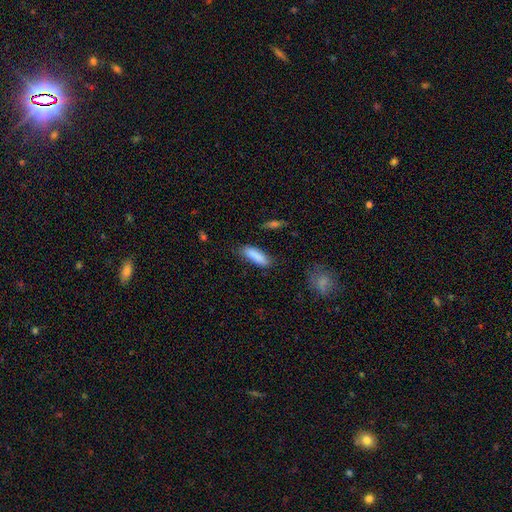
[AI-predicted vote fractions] This is clearly a smooth galaxy (87%). How rounded: possibly cigar-shaped (51%). Merging: likely none (76%).